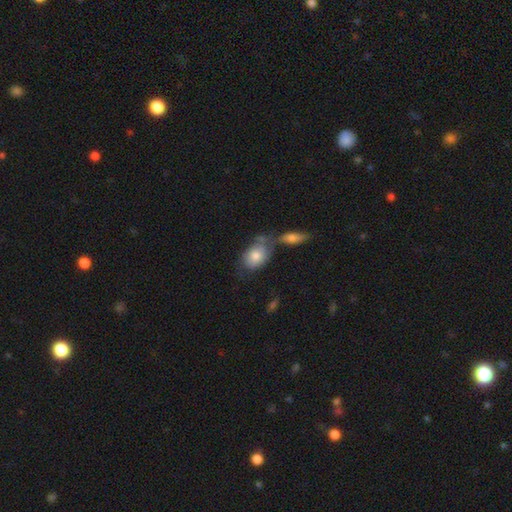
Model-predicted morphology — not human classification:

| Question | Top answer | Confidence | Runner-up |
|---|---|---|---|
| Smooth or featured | smooth | 74% | featured or disk (20%) |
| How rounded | in between | 82% | round (16%) |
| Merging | merger | 38% | none (37%) |